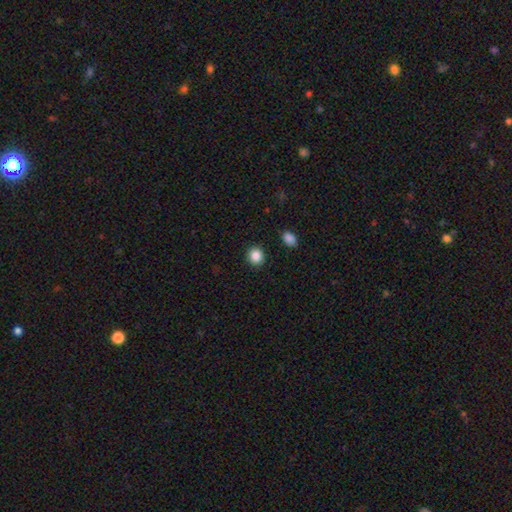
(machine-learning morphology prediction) Overall: smooth (87%). How rounded: round (82%). Merging: none (90%).